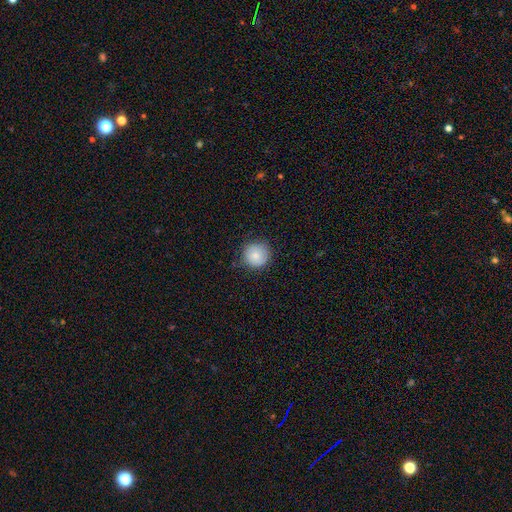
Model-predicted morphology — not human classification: This appears to be a smooth galaxy with no disk features (83%) that is round (94%). Merging: none (81%).